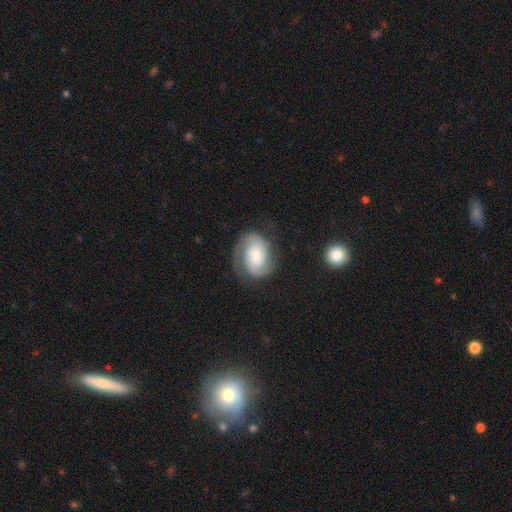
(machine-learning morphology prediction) The model was most divided on "spiral winding": tight: 47%, medium: 39%, loose: 14%. Remaining: edge-on disk — no (98%); spiral arms — yes (94%); spiral arm count — 2 (83%); smooth or featured — featured or disk (75%); merging — none (68%); bar — no (59%); bulge size — moderate (47%).